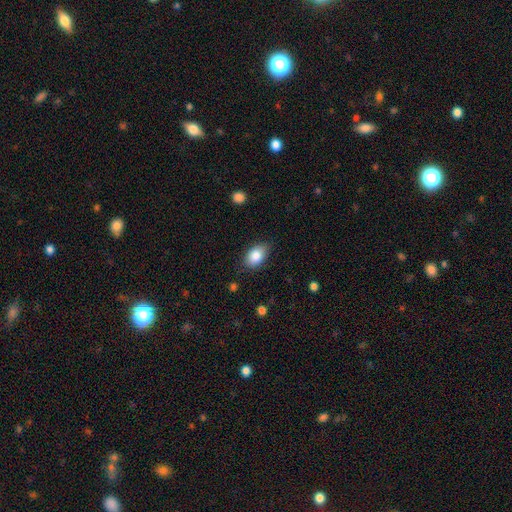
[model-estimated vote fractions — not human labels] The model was most divided on "merging": none: 80%, minor disturbance: 16%, major disturbance: 3%, merger: 1%. More confident: how rounded — in between (88%); smooth or featured — smooth (85%).